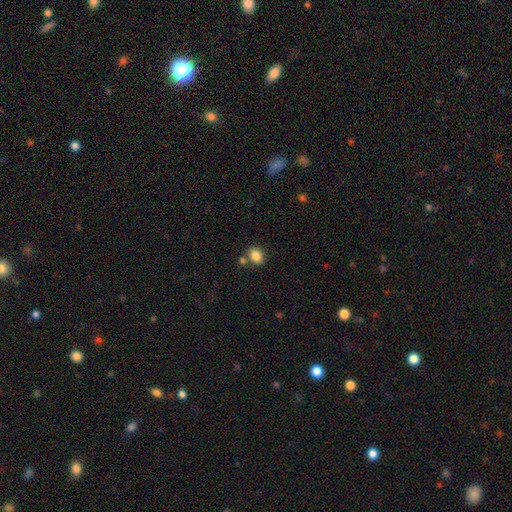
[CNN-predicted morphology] This appears to be a smooth galaxy with no disk features (85%) that is in between round and cigar-shaped (56%). Merging: none (70%).